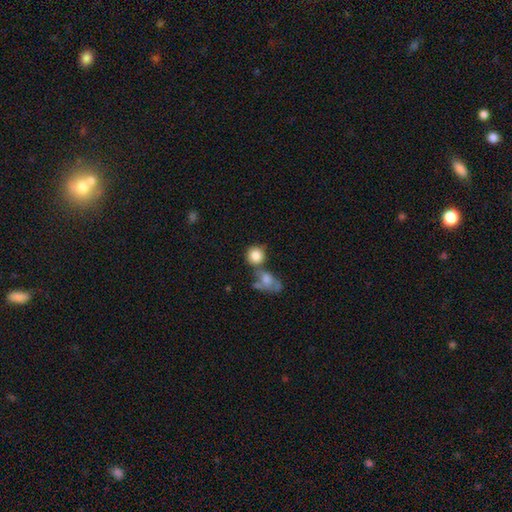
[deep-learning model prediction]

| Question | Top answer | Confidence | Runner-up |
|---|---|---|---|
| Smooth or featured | smooth | 82% | featured or disk (9%) |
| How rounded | round | 86% | in between (12%) |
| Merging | none | 51% | merger (32%) |